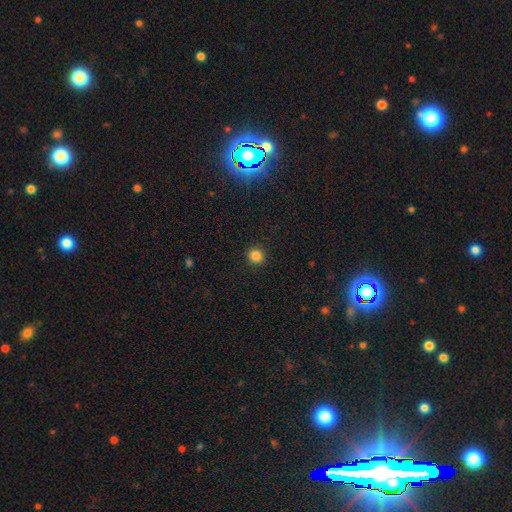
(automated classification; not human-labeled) Smooth or featured?
  - smooth: 84% *
  - star or artifact: 12%
  - featured or disk: 4%
How rounded?
  - round: 92% *
  - in between: 7%
  - cigar-shaped: 1%
Merging?
  - none: 92% *
  - minor disturbance: 5%
  - major disturbance: 2%
  - merger: 1%